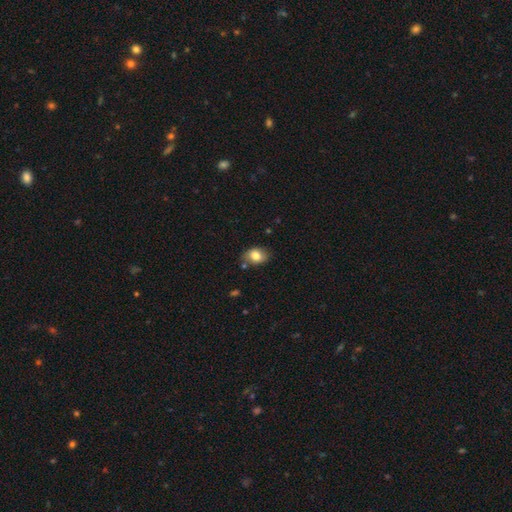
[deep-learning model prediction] smooth-or-featured: smooth: 81% | featured or disk: 11% | star or artifact: 8%
  how-rounded: in between: 69% | round: 30% | cigar-shaped: 1%
  merging: none: 73% | minor disturbance: 19% | merger: 5% | major disturbance: 4%